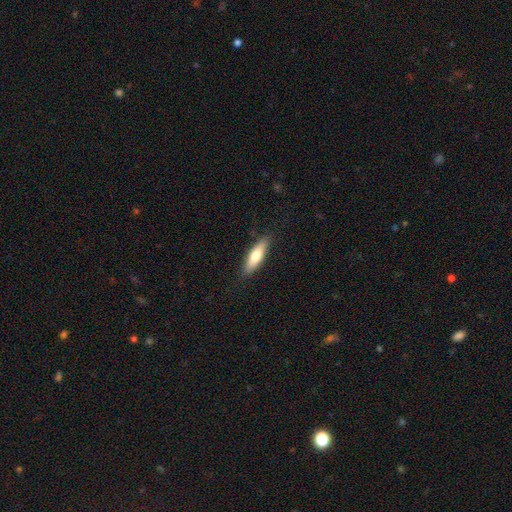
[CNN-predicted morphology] smooth_or_featured: smooth (p=0.68) [alt: featured or disk p=0.26]
how_rounded: cigar-shaped (p=0.57) [alt: in between p=0.41]
merging: none (p=0.86) [alt: minor disturbance p=0.11]